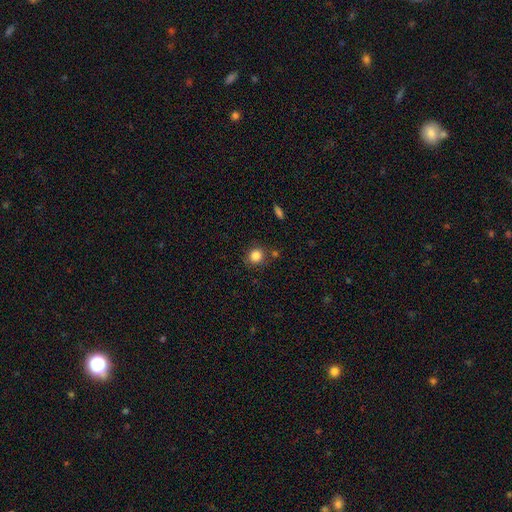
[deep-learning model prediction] smooth_or_featured: smooth (p=0.84) [alt: star or artifact p=0.11]
how_rounded: round (p=0.87) [alt: in between p=0.12]
merging: none (p=0.78) [alt: minor disturbance p=0.12]